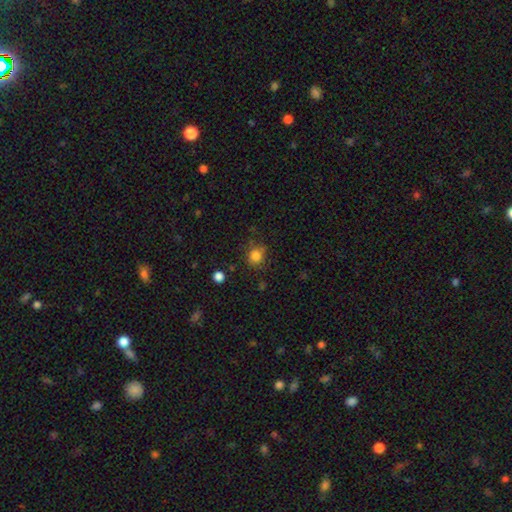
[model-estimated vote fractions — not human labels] smooth 83%, star or artifact 12%, featured or disk 5%. Down the decision tree: how rounded — round (84%); merging — none (79%).